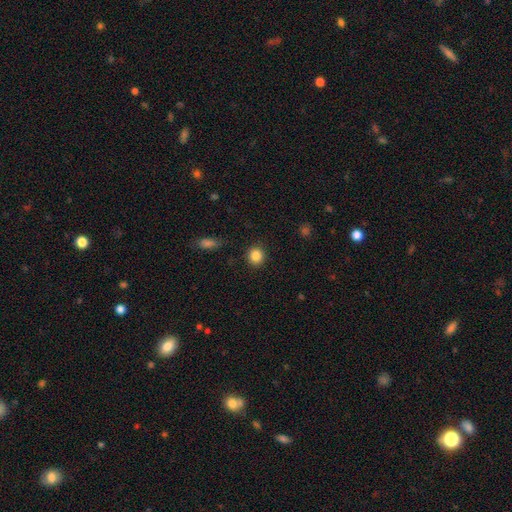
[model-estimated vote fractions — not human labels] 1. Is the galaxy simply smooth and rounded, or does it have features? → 86% smooth, 10% star or artifact, 4% featured or disk.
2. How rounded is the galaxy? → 87% round, 12% in between, 1% cigar-shaped.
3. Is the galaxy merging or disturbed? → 90% none, 6% minor disturbance, 2% major disturbance, 1% merger.